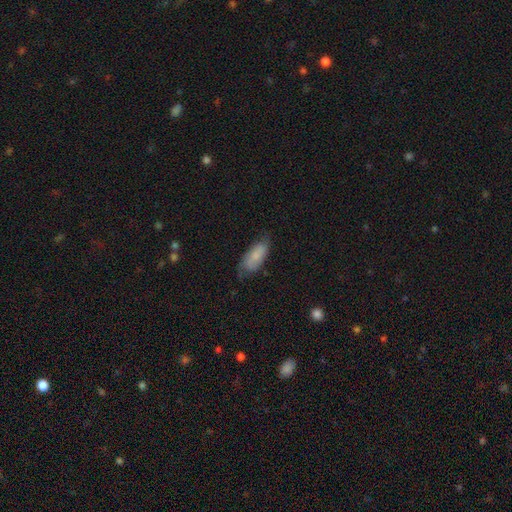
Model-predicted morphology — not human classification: Smooth or featured: smooth — 74% (featured or disk — 20%)
How rounded: in between — 81% (cigar-shaped — 17%)
Merging: none — 61% (minor disturbance — 29%)